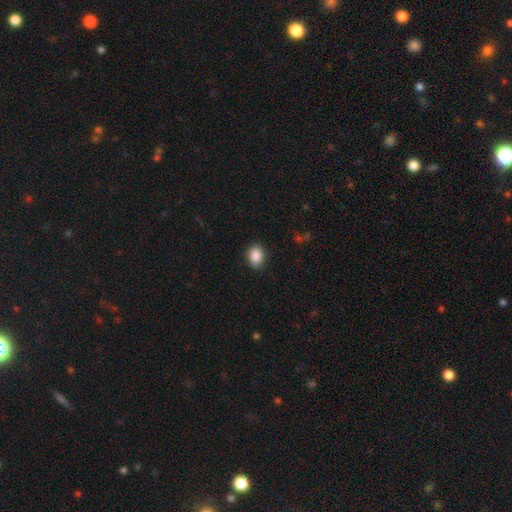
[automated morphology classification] A smooth galaxy with no disk features (89%) that is in between round and cigar-shaped (73%). Merging: none (88%).